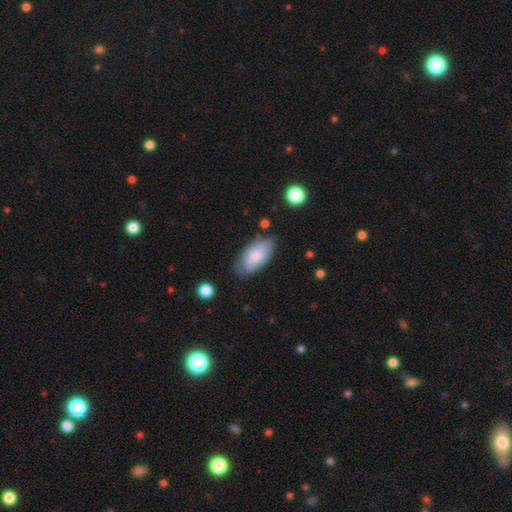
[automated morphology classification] smooth-or-featured: smooth: 78% | featured or disk: 16% | star or artifact: 6%
  how-rounded: in between: 94% | cigar-shaped: 4% | round: 2%
  merging: none: 72% | minor disturbance: 21% | major disturbance: 4% | merger: 3%